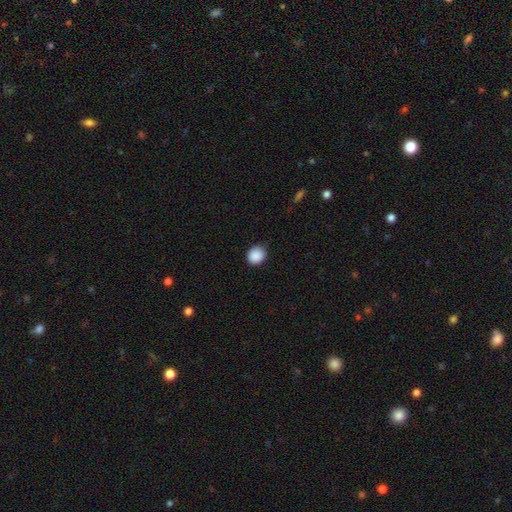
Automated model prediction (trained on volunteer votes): Smooth or featured? Predicted: smooth (p=0.89). How rounded? Predicted: round (p=0.81). Merging? Predicted: none (p=0.85).